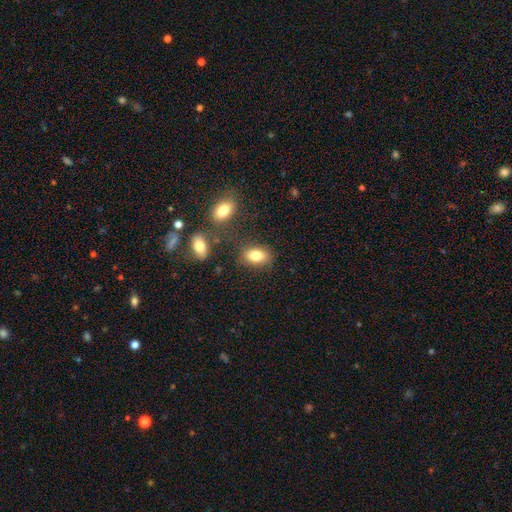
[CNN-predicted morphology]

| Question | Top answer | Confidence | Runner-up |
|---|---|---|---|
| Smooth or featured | smooth | 82% | featured or disk (9%) |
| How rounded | in between | 85% | round (13%) |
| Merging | none | 75% | minor disturbance (14%) |